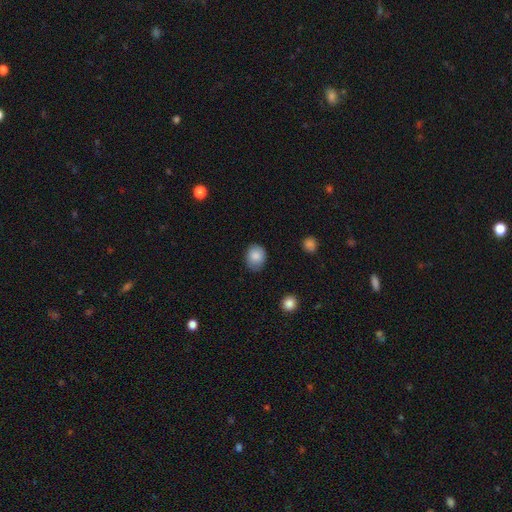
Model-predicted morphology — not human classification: This is clearly a smooth galaxy (86%). How rounded: possibly round (54%). Merging: likely none (77%).